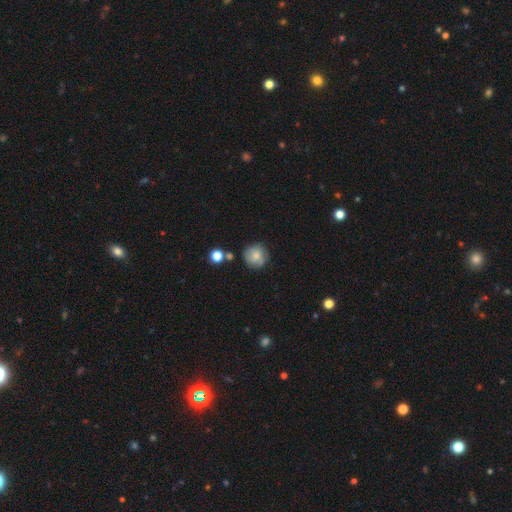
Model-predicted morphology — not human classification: This is likely a smooth galaxy (69%). How rounded: clearly round (91%). Merging: likely none (73%).